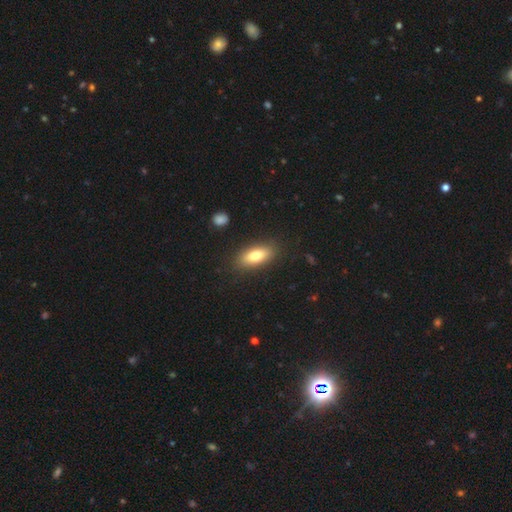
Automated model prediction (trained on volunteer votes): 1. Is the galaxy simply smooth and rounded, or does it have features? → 77% smooth, 16% featured or disk, 7% star or artifact.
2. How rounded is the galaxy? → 80% in between, 16% cigar-shaped, 4% round.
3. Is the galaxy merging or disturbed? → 86% none, 10% minor disturbance, 3% major disturbance, 2% merger.